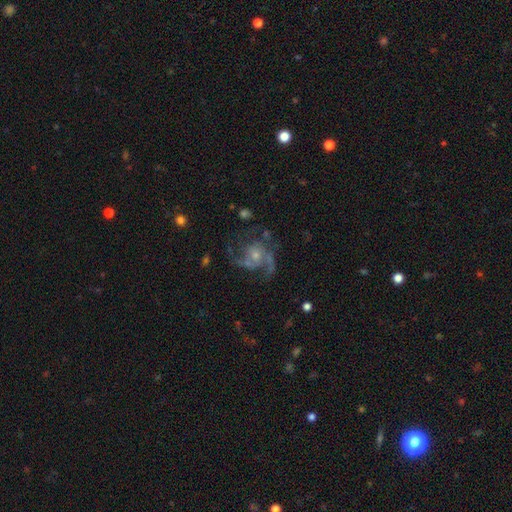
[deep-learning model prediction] Overall: featured or disk (82%). Edge-on disk: no (98%). Bar: no (74%). Spiral arms: yes (92%). Spiral arm count: 3 (36%; 2 30%). Spiral winding: medium (51%; loose 31%). Bulge size: small (56%; moderate 36%). Merging: none (53%; major disturbance 26%).